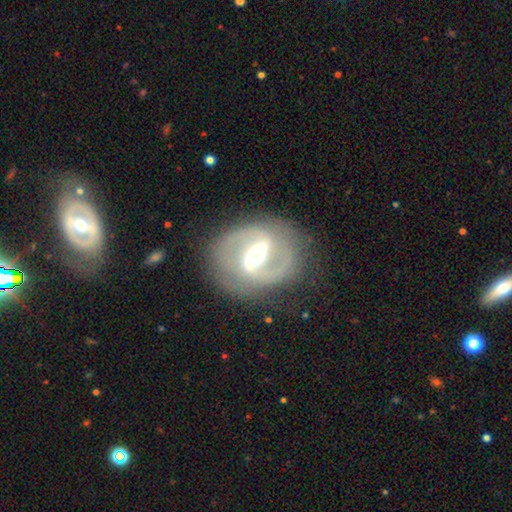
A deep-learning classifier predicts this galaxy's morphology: Overall: featured or disk (85%). Edge-on disk: no (96%). Bar: strong (59%; weak 32%). Spiral arms: yes (89%). Spiral arm count: 2 (87%). Spiral winding: medium (51%; tight 26%). Bulge size: moderate (57%; small 34%). Merging: none (79%).